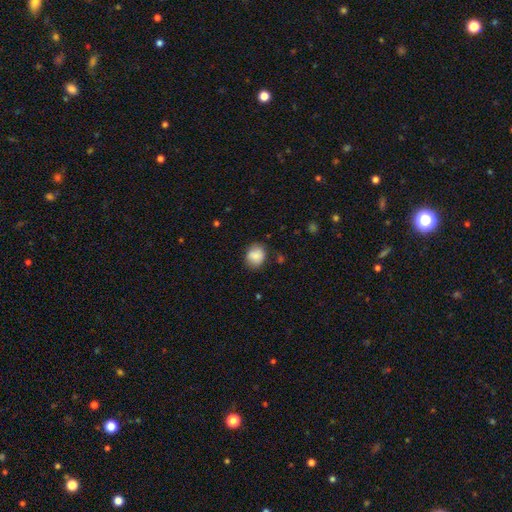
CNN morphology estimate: smooth-or-featured: smooth: 83% | featured or disk: 9% | star or artifact: 8%
  how-rounded: round: 70% | in between: 29% | cigar-shaped: 1%
  merging: none: 77% | minor disturbance: 17% | major disturbance: 4% | merger: 2%